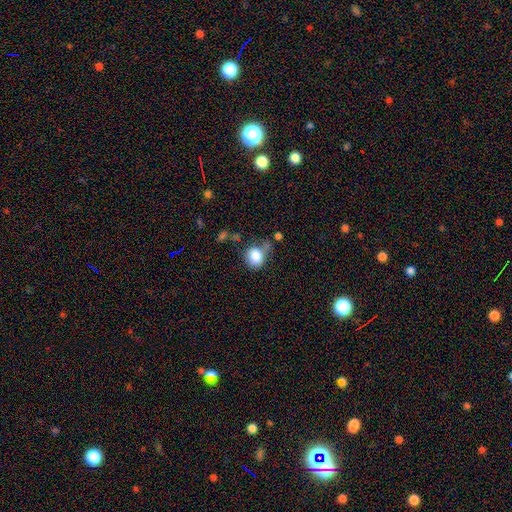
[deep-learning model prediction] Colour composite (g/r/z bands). It shows a smooth galaxy with no disk features (82%) that is round (71%). Merging: none (48%).